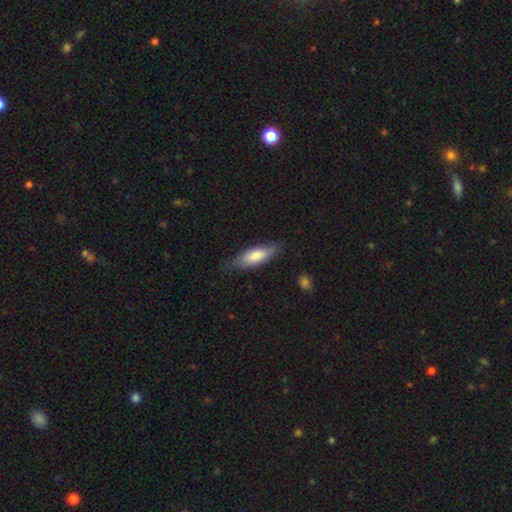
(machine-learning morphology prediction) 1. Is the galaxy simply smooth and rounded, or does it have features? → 74% smooth, 20% featured or disk, 5% star or artifact.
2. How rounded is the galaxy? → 60% in between, 38% cigar-shaped, 2% round.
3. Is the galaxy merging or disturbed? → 71% none, 23% minor disturbance, 4% major disturbance, 1% merger.